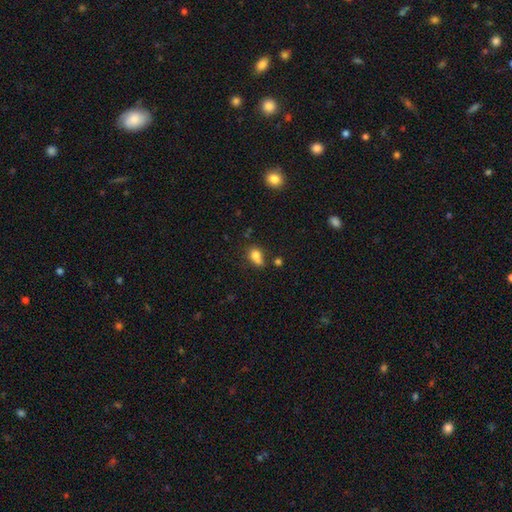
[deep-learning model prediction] This appears to be a smooth galaxy with no disk features (78%) that is in between round and cigar-shaped (58%). Merging: none (44%).